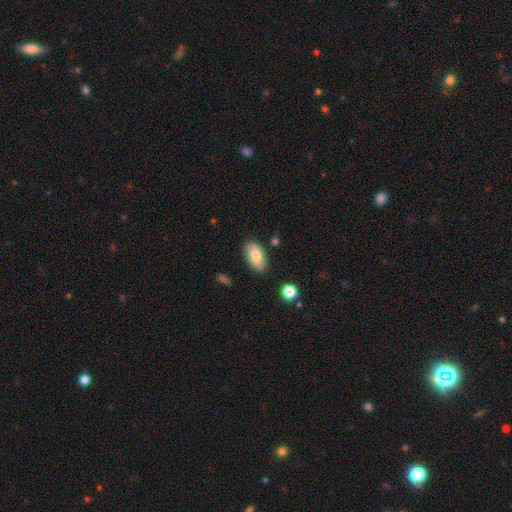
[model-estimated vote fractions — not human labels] Smooth or featured? smooth (76%)
How rounded? in between (93%)
Merging? none (83%)